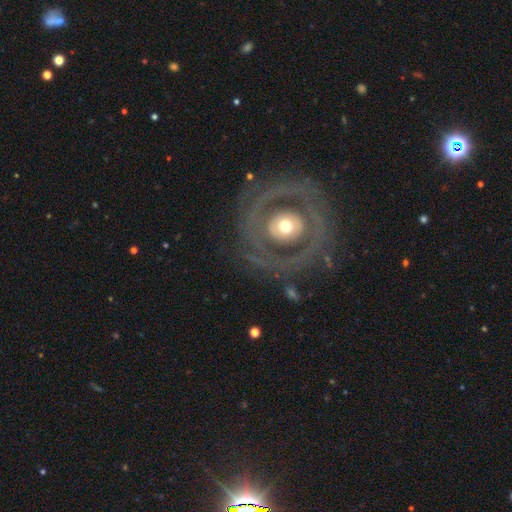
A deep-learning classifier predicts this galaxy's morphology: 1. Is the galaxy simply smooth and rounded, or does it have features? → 79% featured or disk, 15% smooth, 6% star or artifact.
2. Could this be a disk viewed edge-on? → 96% no, 4% yes.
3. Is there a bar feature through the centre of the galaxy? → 75% no, 16% weak, 10% strong.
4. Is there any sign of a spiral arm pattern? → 55% yes, 45% no.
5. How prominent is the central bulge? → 62% moderate, 22% small, 14% large, 2% dominant, 1% none.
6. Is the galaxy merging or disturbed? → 78% none, 12% minor disturbance, 8% major disturbance, 2% merger.